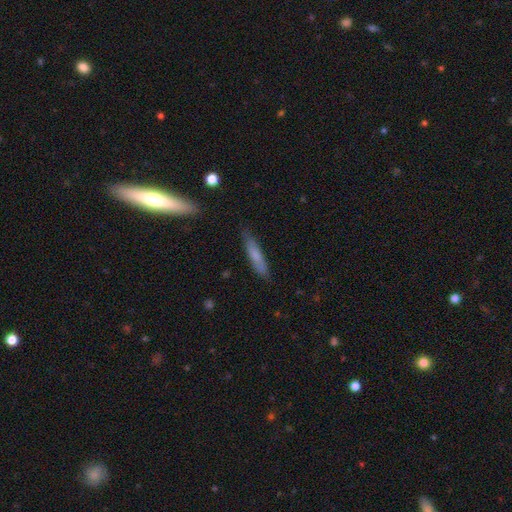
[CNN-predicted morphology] Smooth or featured? Predicted: smooth (p=0.69). How rounded? Predicted: cigar-shaped (p=0.86). Merging? Predicted: none (p=0.81).